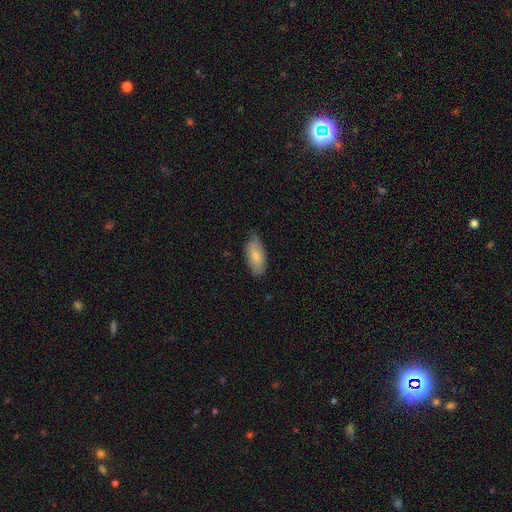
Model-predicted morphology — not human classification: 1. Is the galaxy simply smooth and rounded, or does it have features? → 73% smooth, 21% featured or disk, 6% star or artifact.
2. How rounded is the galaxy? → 91% in between, 7% cigar-shaped, 2% round.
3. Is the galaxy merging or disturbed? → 68% none, 27% minor disturbance, 4% major disturbance, 1% merger.